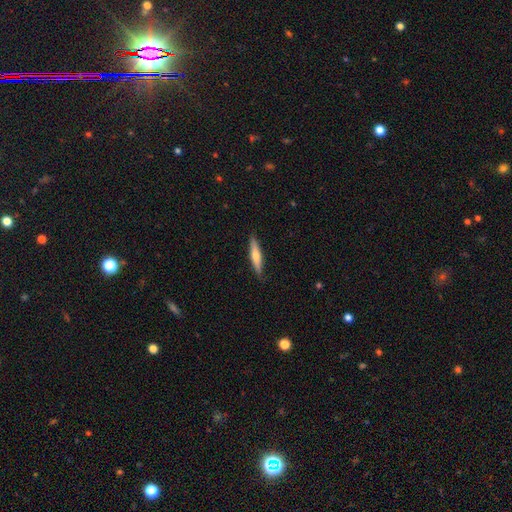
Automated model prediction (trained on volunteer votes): A smooth galaxy with no disk features (54%) that is cigar-shaped (87%). Merging: none (87%).